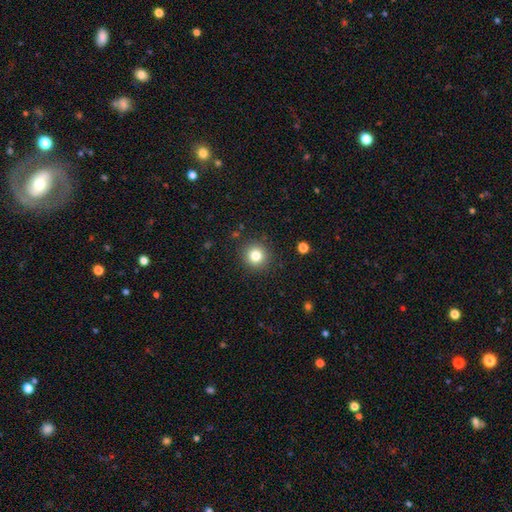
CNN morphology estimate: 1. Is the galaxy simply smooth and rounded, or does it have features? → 81% smooth, 12% star or artifact, 7% featured or disk.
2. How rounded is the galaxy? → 94% round, 5% in between, 1% cigar-shaped.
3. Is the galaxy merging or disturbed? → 90% none, 6% minor disturbance, 2% major disturbance, 1% merger.